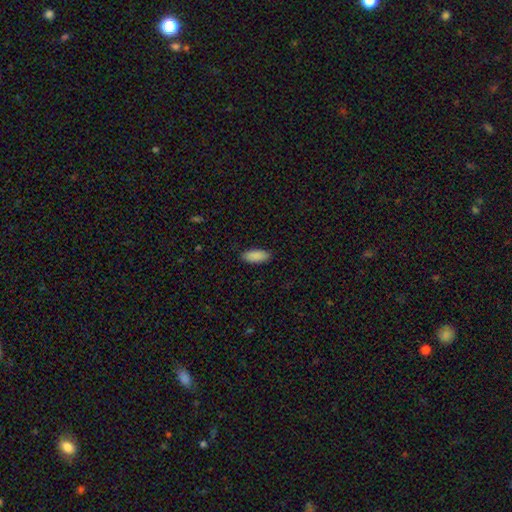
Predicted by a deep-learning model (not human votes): This appears to be a smooth galaxy with no disk features (90%) that is in between round and cigar-shaped (80%). Merging: none (89%).